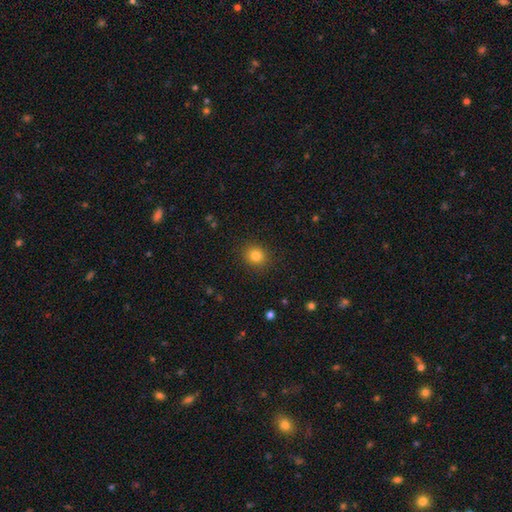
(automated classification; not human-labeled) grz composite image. It shows a smooth galaxy with no disk features (83%) that is round (82%). Merging: none (89%).